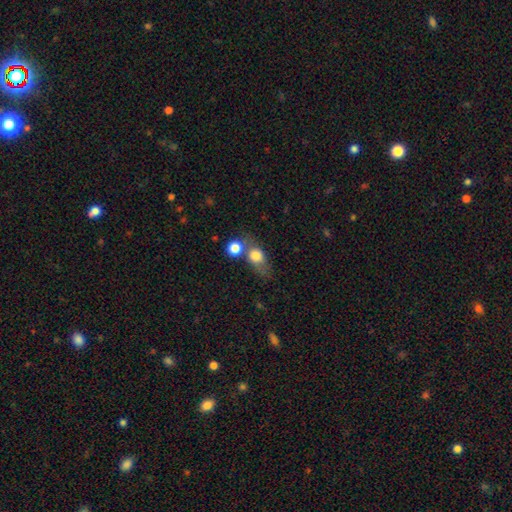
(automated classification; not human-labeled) Smooth or featured?
  - smooth: 75% *
  - featured or disk: 15%
  - star or artifact: 10%
How rounded?
  - round: 48% *
  - in between: 47%
  - cigar-shaped: 5%
Merging?
  - merger: 39% *
  - none: 36%
  - minor disturbance: 15%
  - major disturbance: 11%